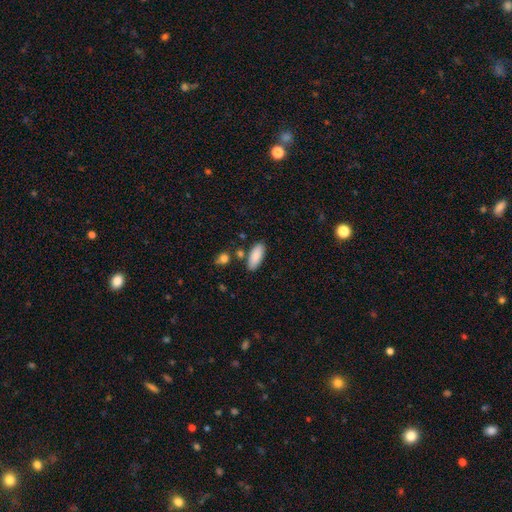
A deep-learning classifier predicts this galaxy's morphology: This is clearly a smooth galaxy (88%). How rounded: clearly in between (80%). Merging: likely none (80%).